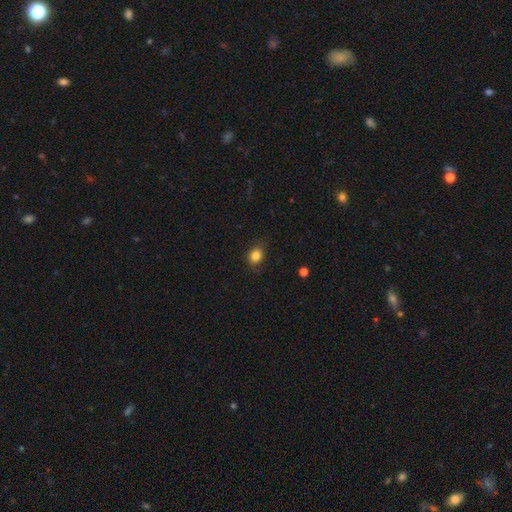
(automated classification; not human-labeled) Smooth or featured? smooth (85%)
How rounded? in between (53%)
Merging? none (79%)